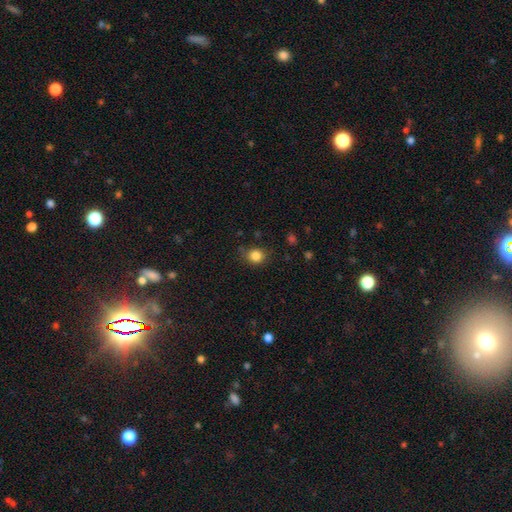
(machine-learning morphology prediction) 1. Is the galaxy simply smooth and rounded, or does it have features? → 84% smooth, 12% star or artifact, 4% featured or disk.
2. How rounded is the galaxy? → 81% round, 19% in between, 1% cigar-shaped.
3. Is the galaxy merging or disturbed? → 74% none, 19% minor disturbance, 5% major disturbance, 2% merger.